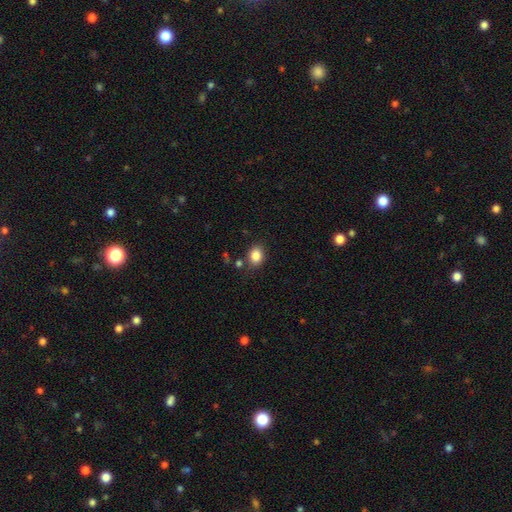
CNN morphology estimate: smooth 85%, star or artifact 10%, featured or disk 5%. Down the decision tree: how rounded — in between (55%); merging — none (78%).